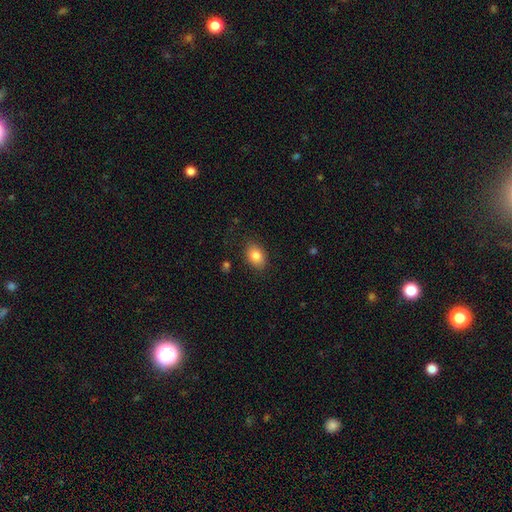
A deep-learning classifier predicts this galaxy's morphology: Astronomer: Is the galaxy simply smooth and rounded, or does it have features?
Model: smooth — 85%.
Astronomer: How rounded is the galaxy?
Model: in between — 78%.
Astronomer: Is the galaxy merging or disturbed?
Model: none — 85%.